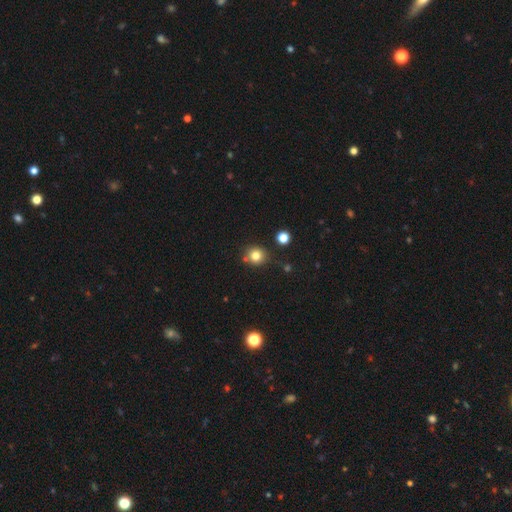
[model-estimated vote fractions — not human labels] Smooth or featured: smooth — 80% (star or artifact — 13%)
How rounded: round — 87% (in between — 12%)
Merging: none — 78% (minor disturbance — 11%)